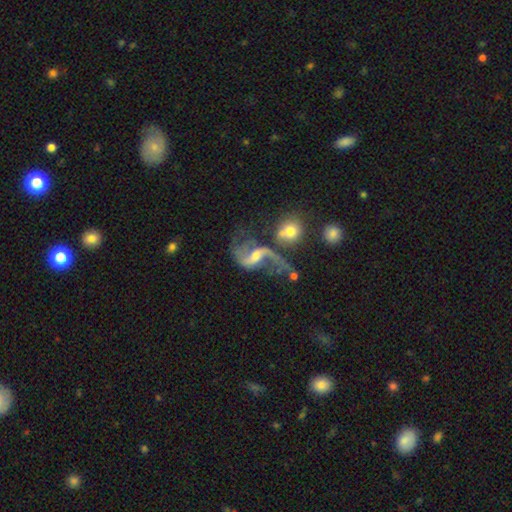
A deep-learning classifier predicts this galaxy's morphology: Smooth or featured: featured or disk — 85% (smooth — 8%)
Edge-on disk: no — 97% (yes — 3%)
Bar: weak — 48% (no — 27%)
Spiral arms: yes — 92% (no — 8%)
Spiral winding: loose — 85% (medium — 12%)
Spiral arm count: 2 — 88% (1 — 6%)
Bulge size: moderate — 45% (small — 40%)
Merging: none — 32% (merger — 27%)